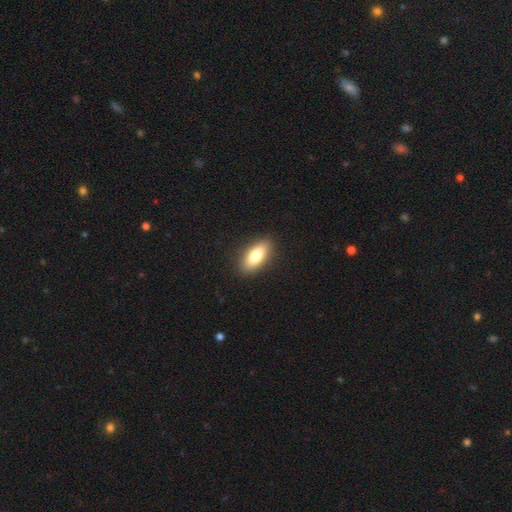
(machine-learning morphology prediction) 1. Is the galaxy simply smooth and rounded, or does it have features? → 77% smooth, 17% featured or disk, 7% star or artifact.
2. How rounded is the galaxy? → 79% in between, 18% cigar-shaped, 3% round.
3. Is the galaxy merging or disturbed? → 89% none, 8% minor disturbance, 2% major disturbance, 1% merger.